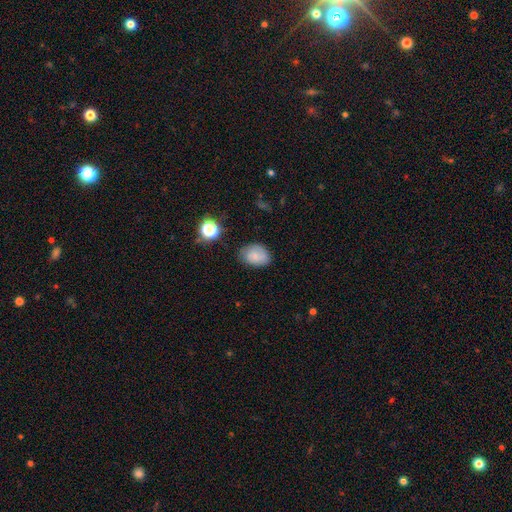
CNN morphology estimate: type=smooth (76%); roundness=in between (73%); merging=none (70%).